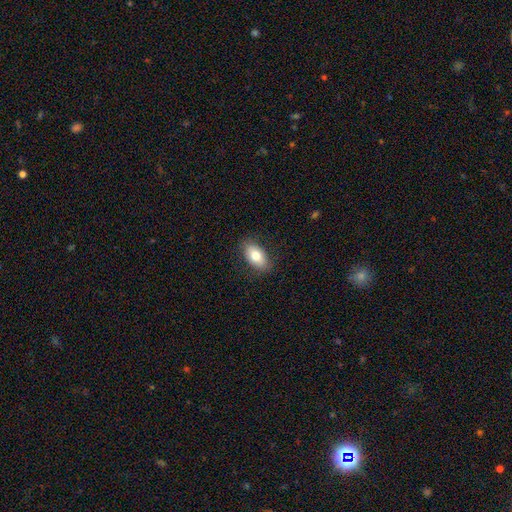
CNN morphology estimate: The model was most divided on "smooth or featured": smooth: 77%, featured or disk: 16%, star or artifact: 7%. More confident: how rounded — in between (90%); merging — none (86%).